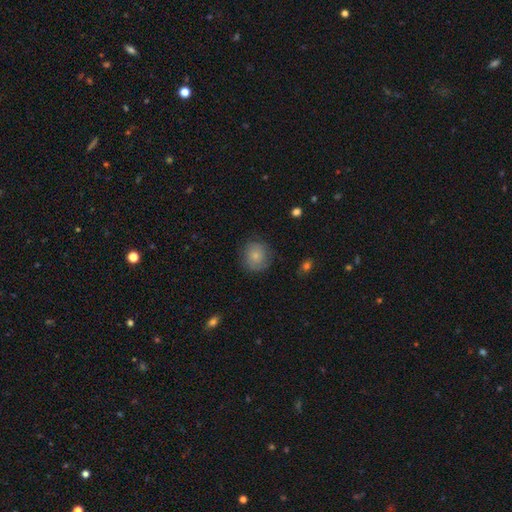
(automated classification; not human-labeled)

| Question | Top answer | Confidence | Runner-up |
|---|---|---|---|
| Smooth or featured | smooth | 75% | featured or disk (17%) |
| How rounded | round | 87% | in between (12%) |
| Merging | none | 78% | minor disturbance (16%) |